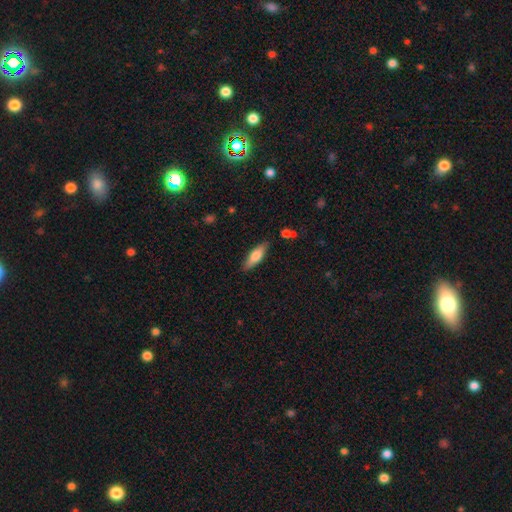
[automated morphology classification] Smooth or featured? Predicted: smooth (p=0.69). How rounded? Predicted: cigar-shaped (p=0.49, tied with in between). Merging? Predicted: none (p=0.85).